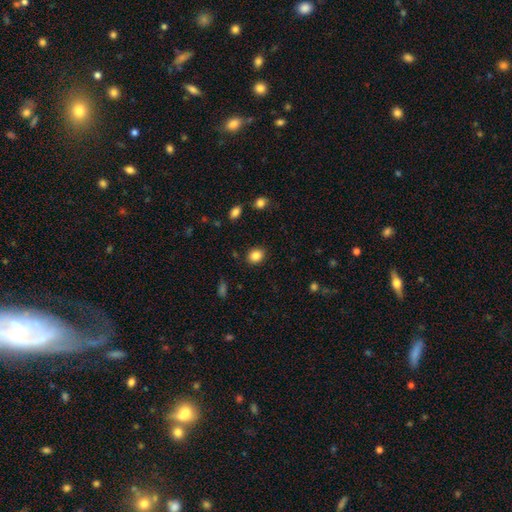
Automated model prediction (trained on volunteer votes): This appears to be a smooth galaxy with no disk features (85%) that is round (61%). Merging: none (87%).